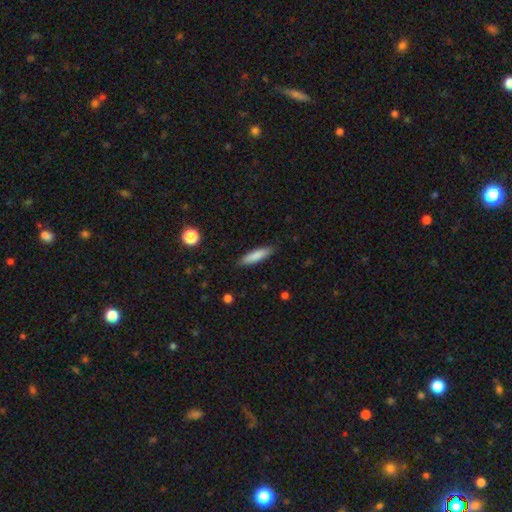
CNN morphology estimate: smooth-or-featured: smooth: 83% | featured or disk: 11% | star or artifact: 6%
  how-rounded: cigar-shaped: 75% | in between: 23% | round: 1%
  merging: none: 88% | minor disturbance: 9% | major disturbance: 2% | merger: 1%